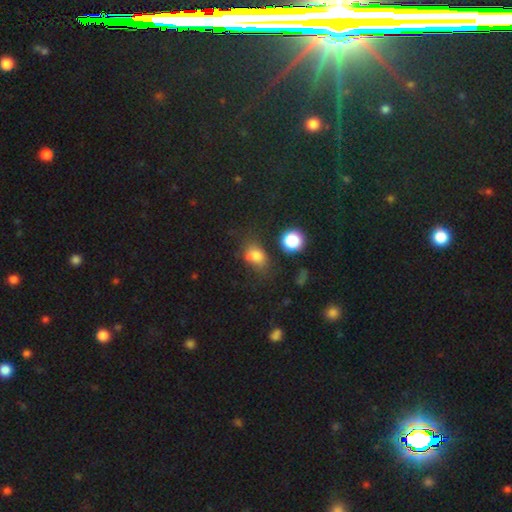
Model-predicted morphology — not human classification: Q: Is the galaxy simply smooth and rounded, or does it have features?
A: smooth — 72%.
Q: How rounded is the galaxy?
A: in between — 62%.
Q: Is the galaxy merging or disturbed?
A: none — 54%.